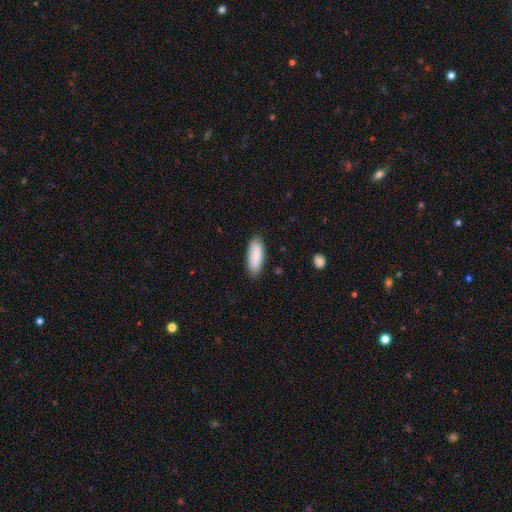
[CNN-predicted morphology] This appears to be a smooth galaxy with no disk features (89%) that is in between round and cigar-shaped (73%). Merging: none (86%).